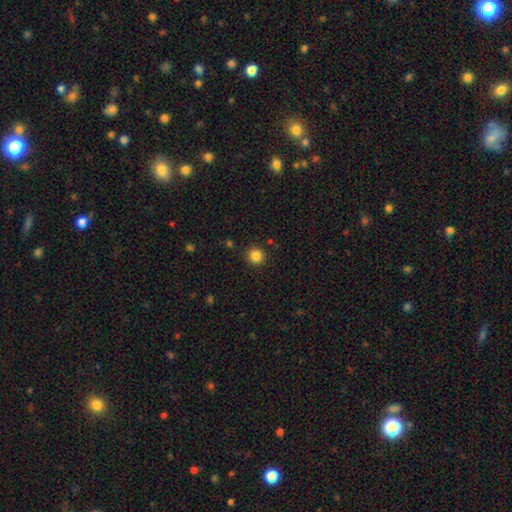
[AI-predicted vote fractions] Smooth or featured: smooth — 84% (star or artifact — 12%)
How rounded: round — 92% (in between — 7%)
Merging: none — 90% (minor disturbance — 6%)